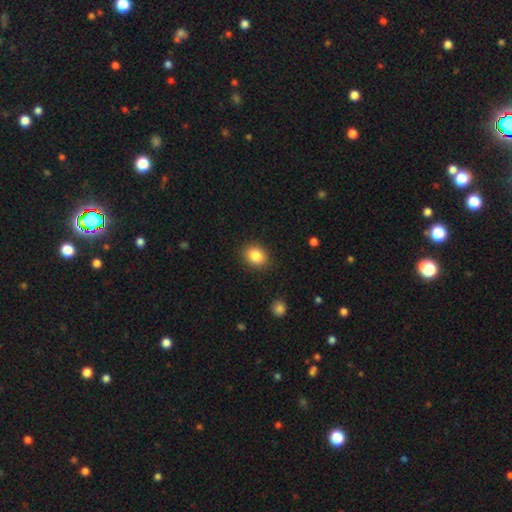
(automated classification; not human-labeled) Morphology: type=smooth (85%); roundness=round (57%); merging=none (88%).